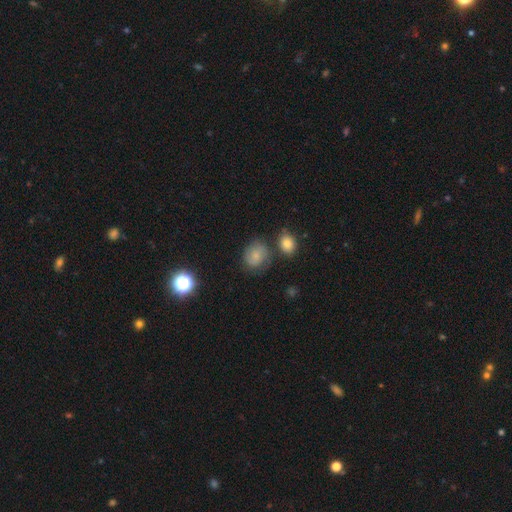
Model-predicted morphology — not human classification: Smooth or featured? Predicted: smooth (p=0.66). How rounded? Predicted: round (p=0.68). Merging? Predicted: none (p=0.65).